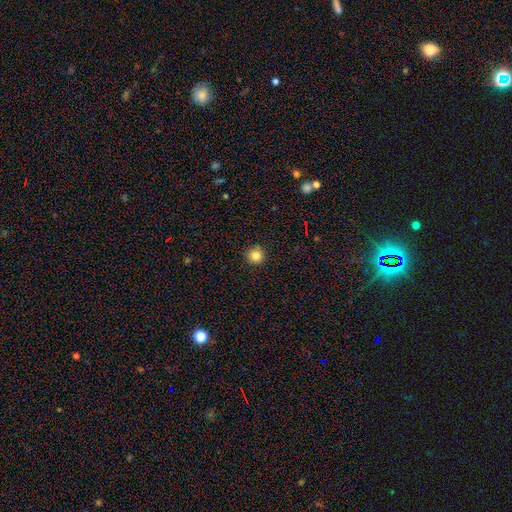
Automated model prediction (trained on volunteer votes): Smooth or featured?
  - smooth: 83% *
  - star or artifact: 12%
  - featured or disk: 5%
How rounded?
  - round: 95% *
  - in between: 4%
  - cigar-shaped: 1%
Merging?
  - none: 90% *
  - minor disturbance: 7%
  - major disturbance: 2%
  - merger: 1%